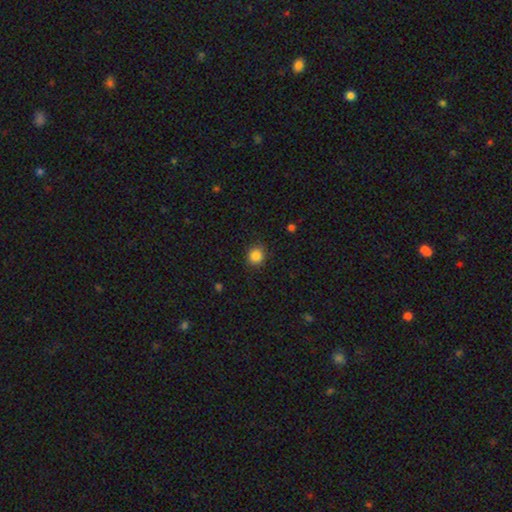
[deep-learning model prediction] Smooth or featured? smooth (85%)
How rounded? round (86%)
Merging? none (87%)